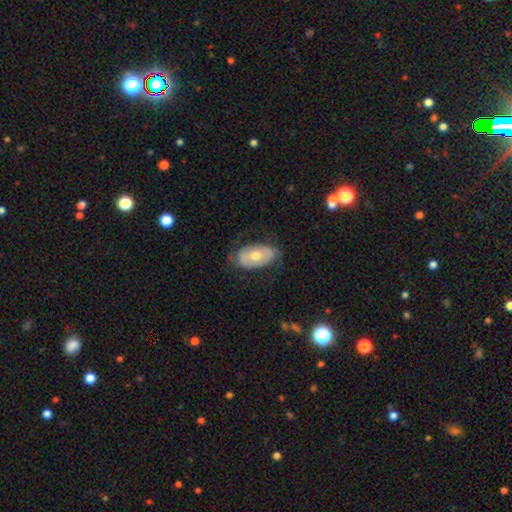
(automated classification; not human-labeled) This is possibly a smooth galaxy (48%). Merging: likely none (69%).